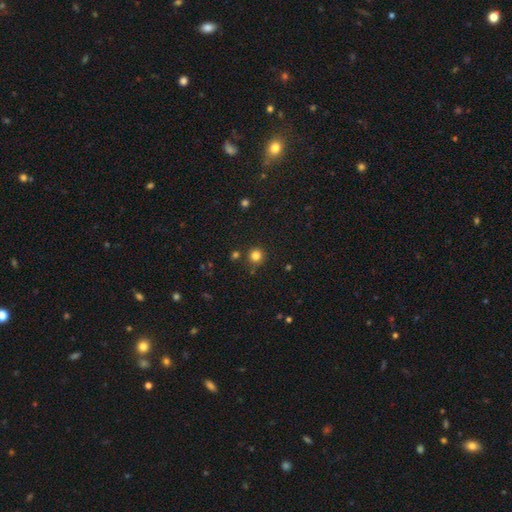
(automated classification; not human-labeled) Q: Smooth or featured?
A: smooth (81%); runner-up: star or artifact (14%)
Q: How rounded?
A: round (94%); runner-up: in between (5%)
Q: Merging?
A: none (85%); runner-up: minor disturbance (8%)